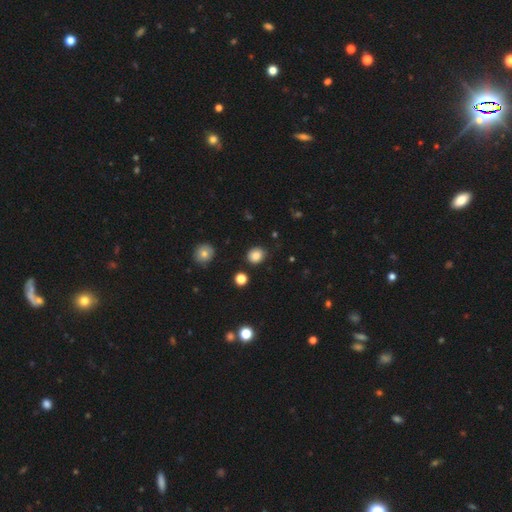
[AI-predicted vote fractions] Smooth or featured: smooth — 84% (star or artifact — 11%)
How rounded: round — 75% (in between — 24%)
Merging: none — 84% (minor disturbance — 11%)